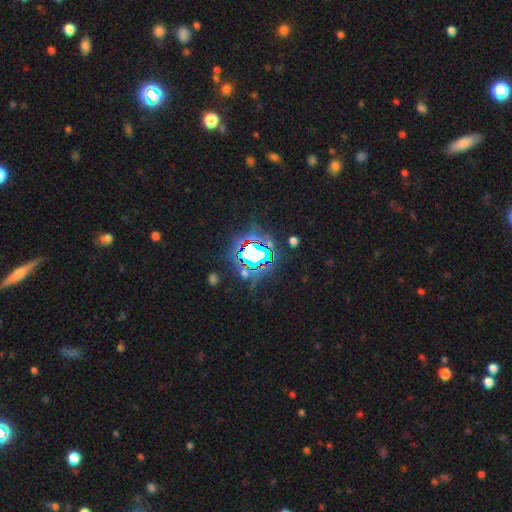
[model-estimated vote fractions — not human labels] Smooth or featured? star or artifact (72%)